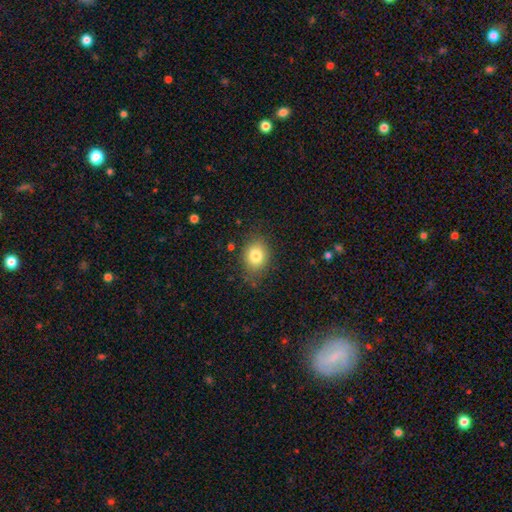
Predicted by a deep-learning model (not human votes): Smooth or featured? smooth (81%)
How rounded? in between (51%)
Merging? none (80%)